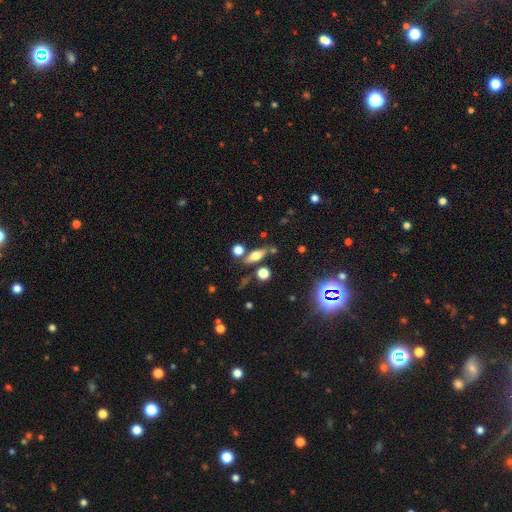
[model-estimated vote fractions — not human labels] Smooth or featured: smooth — 51% (featured or disk — 37%)
How rounded: in between — 54% (cigar-shaped — 36%)
Merging: none — 73% (minor disturbance — 12%)